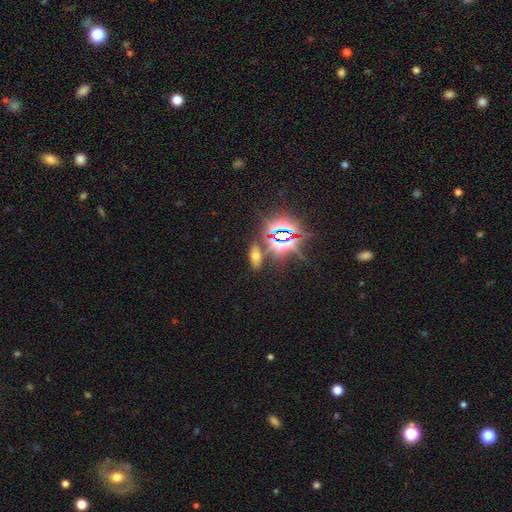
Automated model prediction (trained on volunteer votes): Overall: smooth (45%; star or artifact 42%). Merging: none (79%).